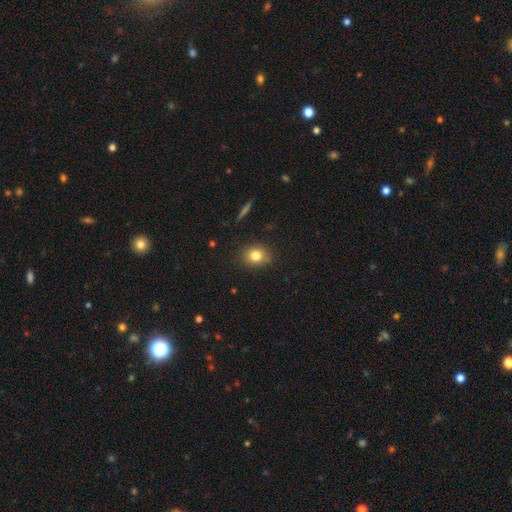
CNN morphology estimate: smooth-or-featured: smooth: 81% | star or artifact: 11% | featured or disk: 8%
  how-rounded: round: 58% | in between: 40% | cigar-shaped: 1%
  merging: none: 85% | minor disturbance: 11% | major disturbance: 2% | merger: 1%